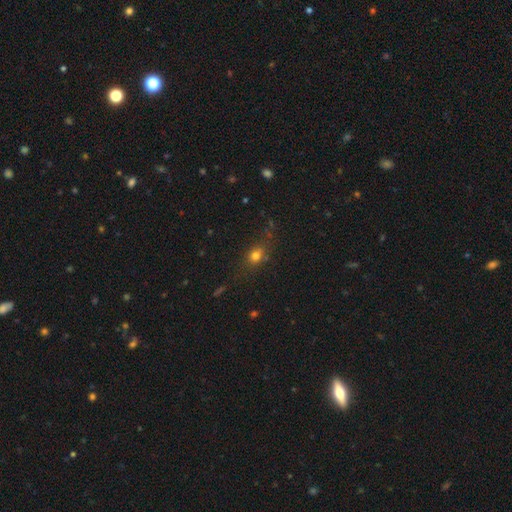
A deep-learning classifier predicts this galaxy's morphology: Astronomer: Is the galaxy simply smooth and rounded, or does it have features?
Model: smooth — 73%.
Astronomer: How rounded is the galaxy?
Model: round — 50% (runner-up: in between, 46%).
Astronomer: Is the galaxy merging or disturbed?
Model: none — 72%.